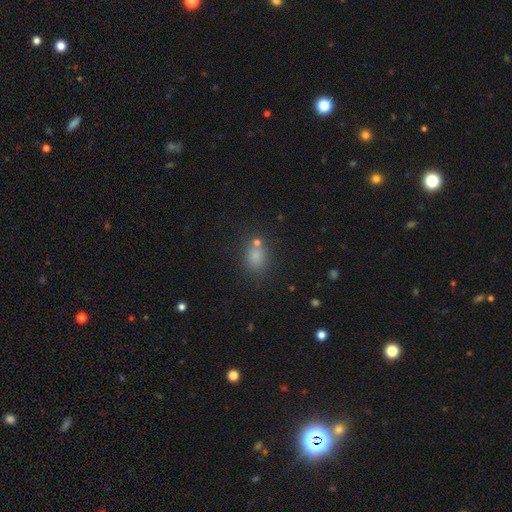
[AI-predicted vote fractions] Overall: smooth (73%). How rounded: in between (54%; round 44%). Merging: none (70%).